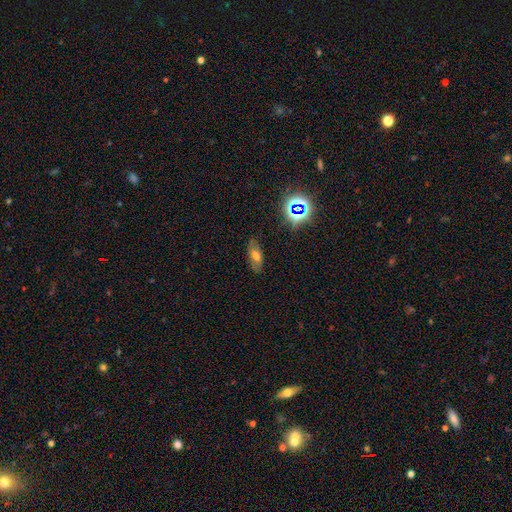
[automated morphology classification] This appears to be a smooth galaxy with no disk features (47%). Merging: none (79%).